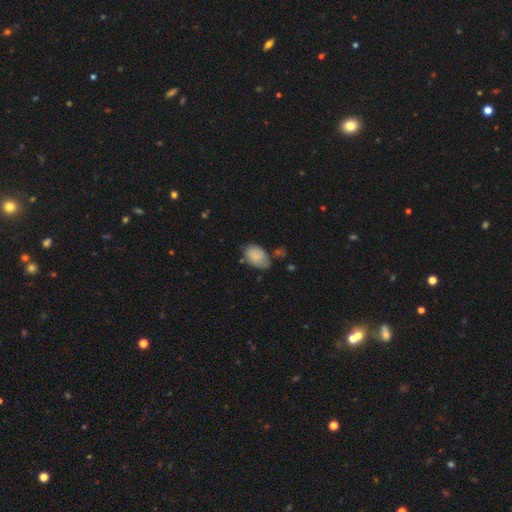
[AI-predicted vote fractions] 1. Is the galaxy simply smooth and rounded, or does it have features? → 84% smooth, 9% featured or disk, 7% star or artifact.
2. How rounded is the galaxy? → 89% in between, 10% round, 1% cigar-shaped.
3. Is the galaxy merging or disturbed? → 59% none, 28% minor disturbance, 6% major disturbance, 6% merger.